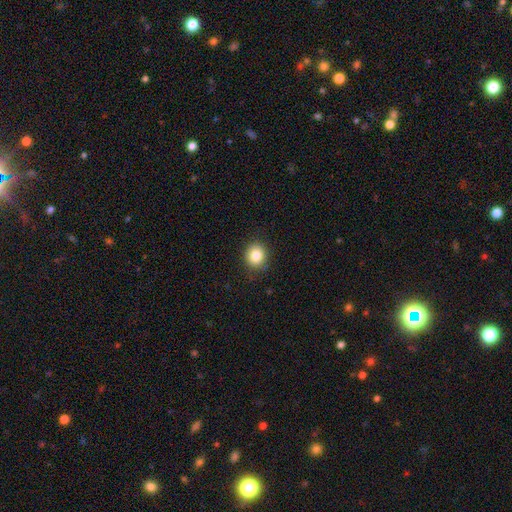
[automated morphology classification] Smooth or featured? smooth (84%)
How rounded? round (80%)
Merging? none (89%)